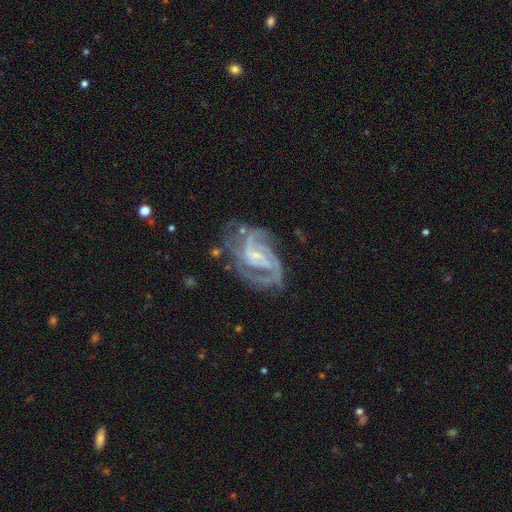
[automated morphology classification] A featured or disk galaxy (89%) with a weak bar (49%), 2 (46%) medium (47%) spiral arms (97%) and a small central bulge (65%). Merging: none (60%).